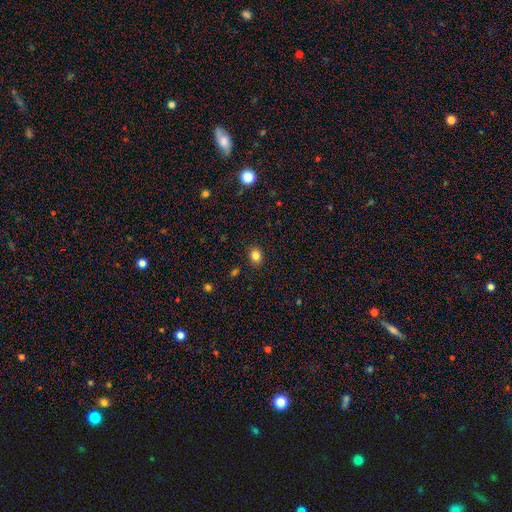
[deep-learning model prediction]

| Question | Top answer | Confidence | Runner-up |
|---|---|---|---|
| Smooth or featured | smooth | 83% | star or artifact (12%) |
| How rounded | round | 56% | in between (43%) |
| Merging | none | 89% | minor disturbance (8%) |